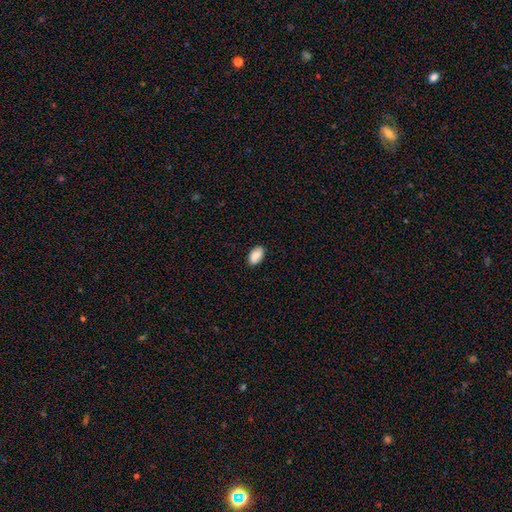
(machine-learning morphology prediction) This appears to be a smooth galaxy with no disk features (88%) that is in between round and cigar-shaped (94%). Merging: none (87%).